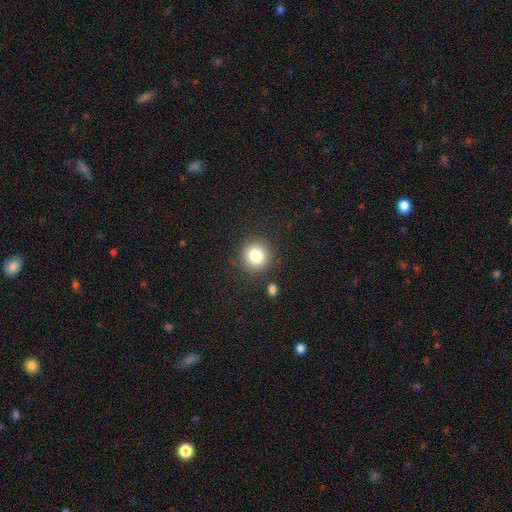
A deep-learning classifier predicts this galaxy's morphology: Smooth or featured? smooth (81%)
How rounded? round (90%)
Merging? none (87%)